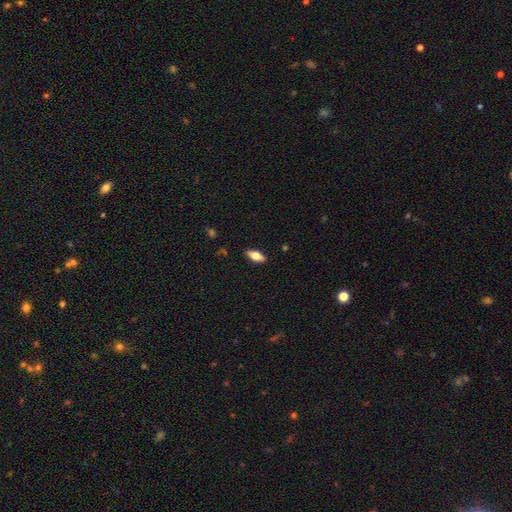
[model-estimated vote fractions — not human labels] The model was most divided on "smooth or featured": smooth: 64%, featured or disk: 29%, star or artifact: 7%. More confident: merging — none (88%); how rounded — in between (79%).